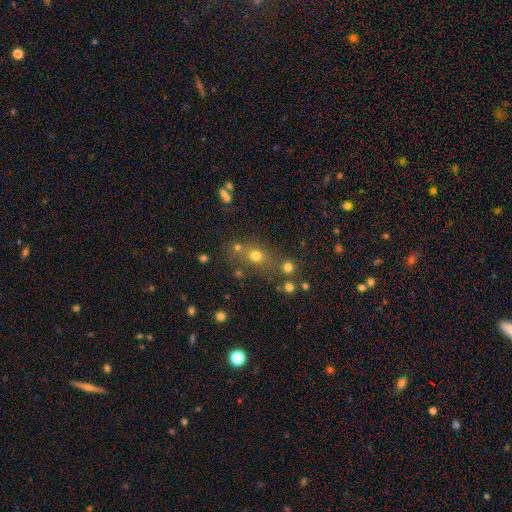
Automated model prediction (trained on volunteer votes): A smooth galaxy with no disk features (63%) that is round (67%). Merging: none (62%).